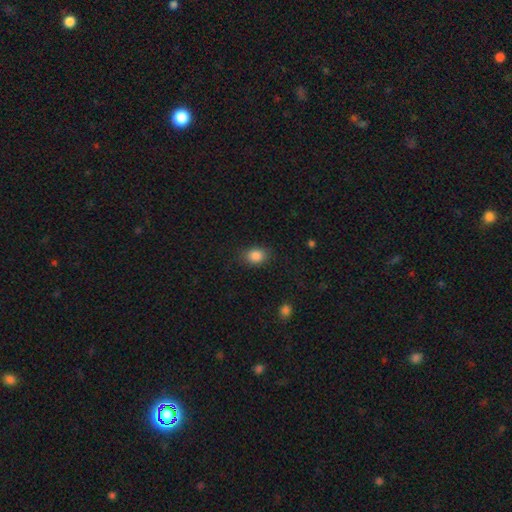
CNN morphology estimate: Overall: smooth (86%). How rounded: in between (58%; round 41%). Merging: none (81%).